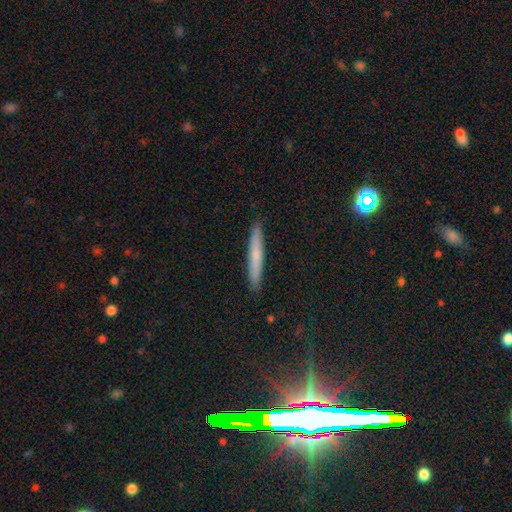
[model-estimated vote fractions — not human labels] Smooth or featured: smooth — 60% (featured or disk — 32%)
How rounded: cigar-shaped — 95% (in between — 3%)
Merging: none — 91% (minor disturbance — 6%)